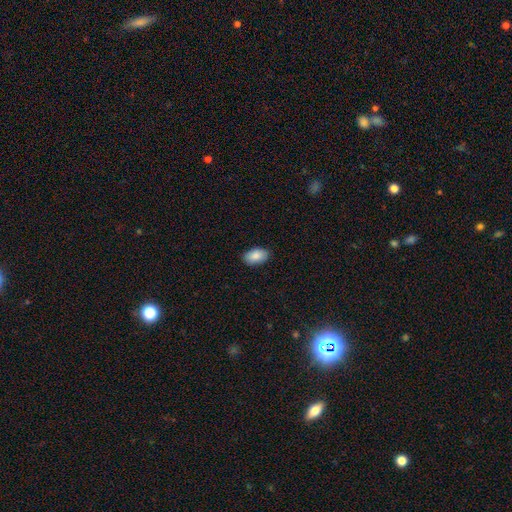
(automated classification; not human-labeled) Overall: smooth (88%). How rounded: in between (94%). Merging: none (88%).